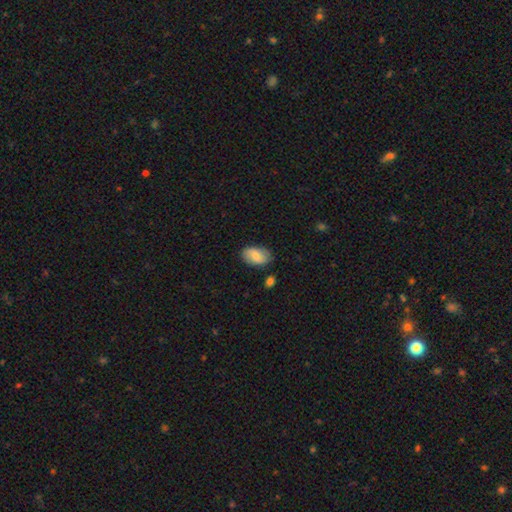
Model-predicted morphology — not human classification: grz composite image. It shows a smooth galaxy with no disk features (73%) that is in between round and cigar-shaped (93%). Merging: none (80%).